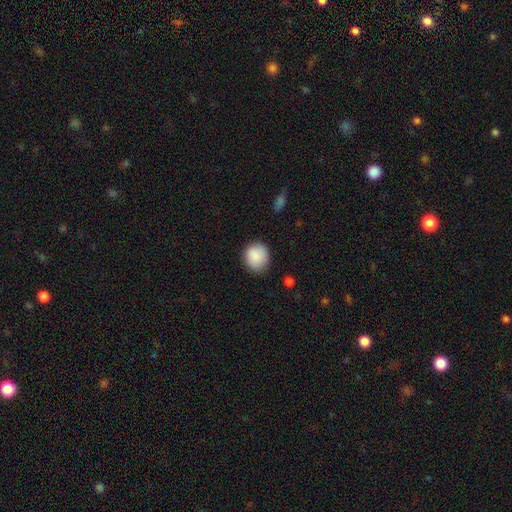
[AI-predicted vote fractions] This is clearly a smooth galaxy (89%). How rounded: clearly round (81%). Merging: clearly none (84%).